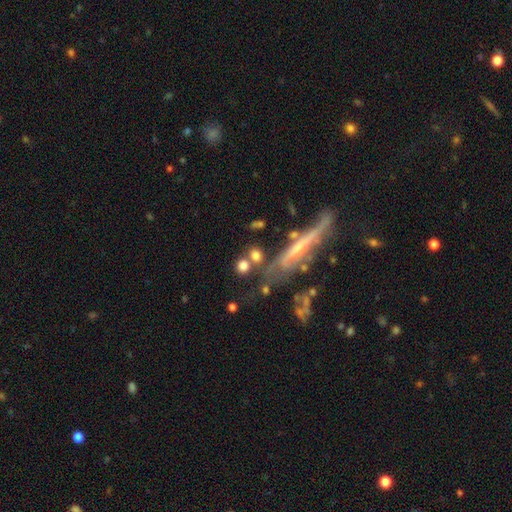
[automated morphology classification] smooth-or-featured: smooth: 72% | featured or disk: 17% | star or artifact: 11%
  how-rounded: round: 75% | in between: 16% | cigar-shaped: 10%
  merging: none: 63% | merger: 18% | minor disturbance: 12% | major disturbance: 6%